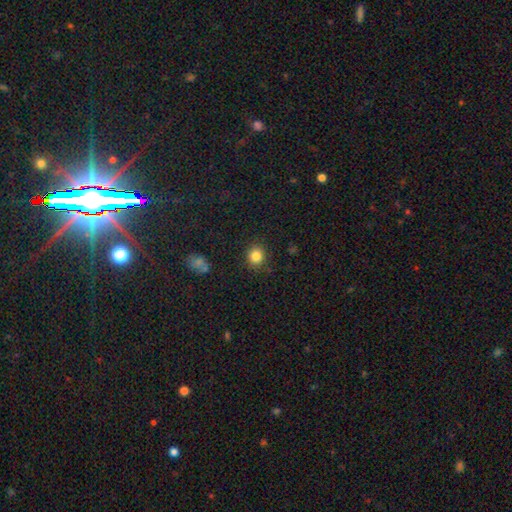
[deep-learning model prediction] Overall: smooth (84%). How rounded: round (83%). Merging: none (87%).